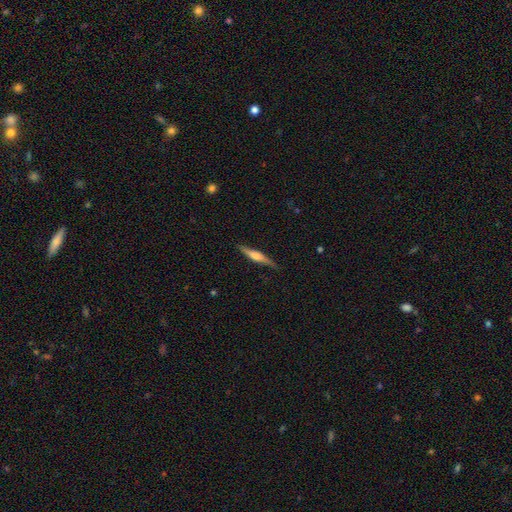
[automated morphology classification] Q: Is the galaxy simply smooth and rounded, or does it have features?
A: featured or disk — 60%.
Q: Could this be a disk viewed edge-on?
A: yes — 96%.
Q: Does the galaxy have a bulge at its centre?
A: rounded — 64%.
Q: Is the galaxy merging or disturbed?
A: none — 84%.